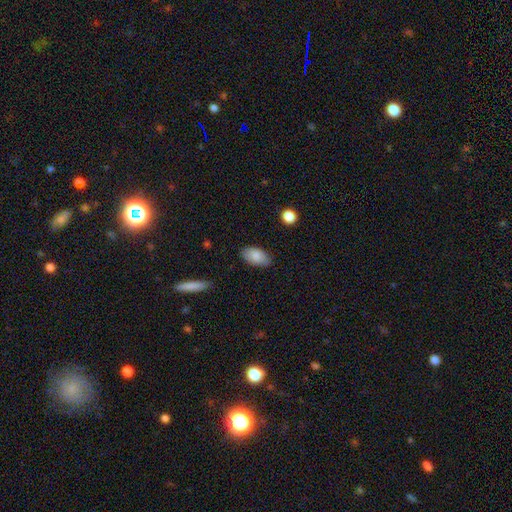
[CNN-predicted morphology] smooth 86%, featured or disk 7%, star or artifact 7%. Down the decision tree: how rounded — in between (94%); merging — none (83%).